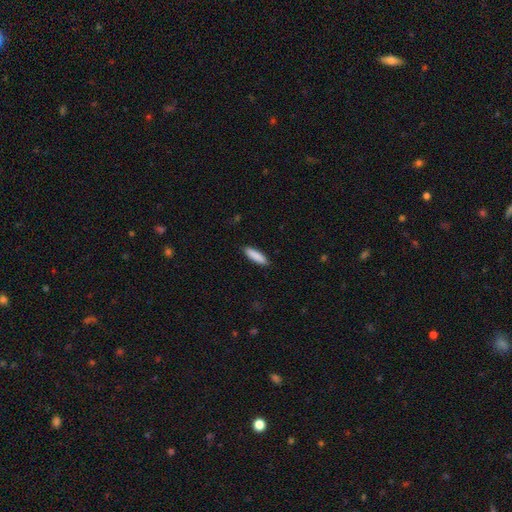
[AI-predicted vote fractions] Smooth or featured? smooth (89%)
How rounded? cigar-shaped (63%)
Merging? none (89%)